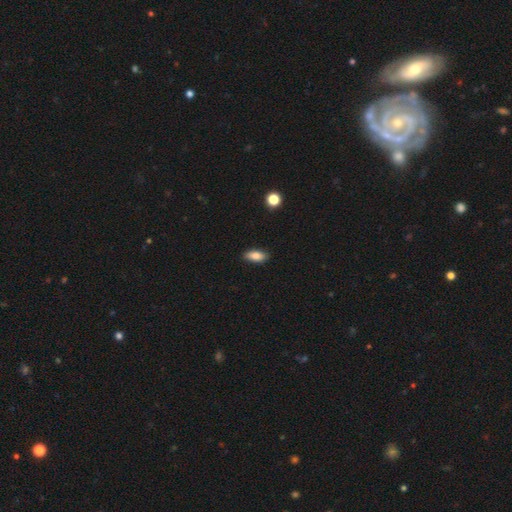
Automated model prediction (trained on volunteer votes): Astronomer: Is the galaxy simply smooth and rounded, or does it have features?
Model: smooth — 84%.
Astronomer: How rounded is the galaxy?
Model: in between — 87%.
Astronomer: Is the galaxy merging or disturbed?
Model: none — 88%.